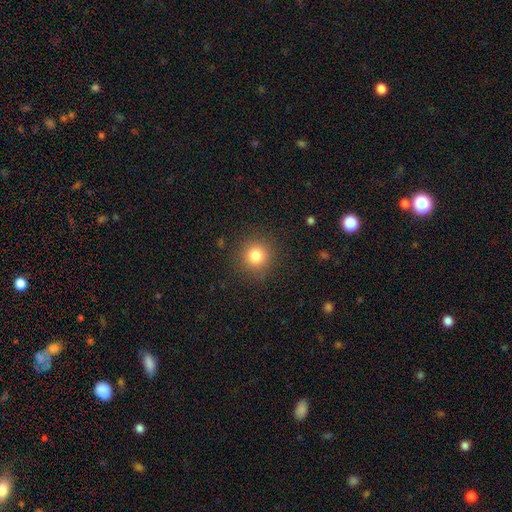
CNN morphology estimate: This is clearly a smooth galaxy (81%). How rounded: clearly round (93%). Merging: clearly none (88%).